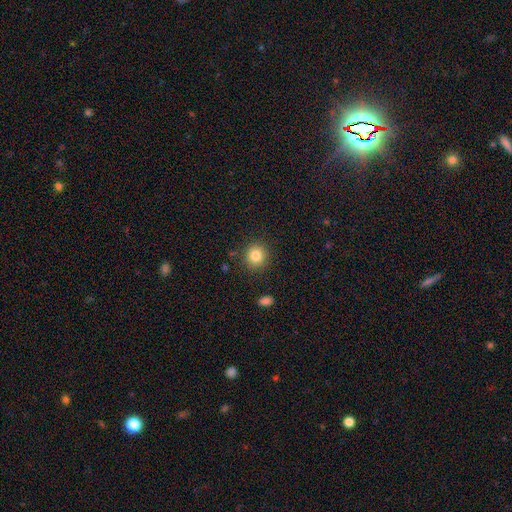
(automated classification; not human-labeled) Morphology: type=smooth (83%); roundness=round (89%); merging=none (88%).